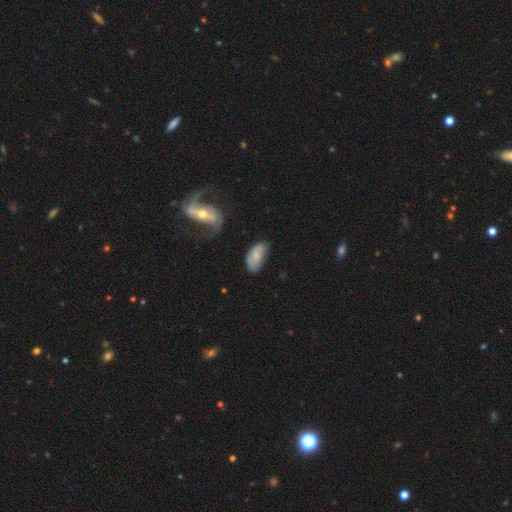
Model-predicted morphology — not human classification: This appears to be a smooth galaxy with no disk features (62%) that is in between round and cigar-shaped (93%). Merging: none (49%).